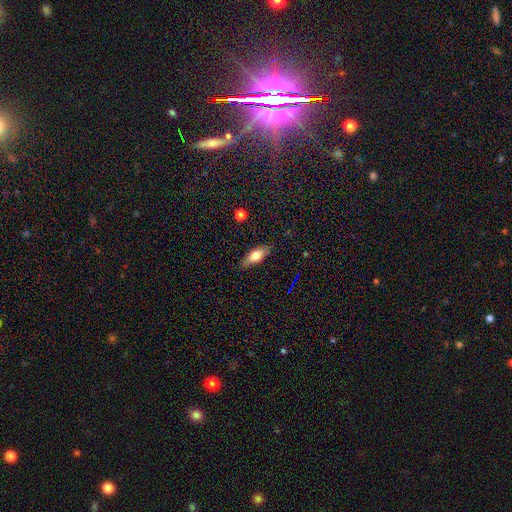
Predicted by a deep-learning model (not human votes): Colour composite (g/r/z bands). It shows a smooth galaxy with no disk features (67%) that is in between round and cigar-shaped (70%). Merging: none (85%).